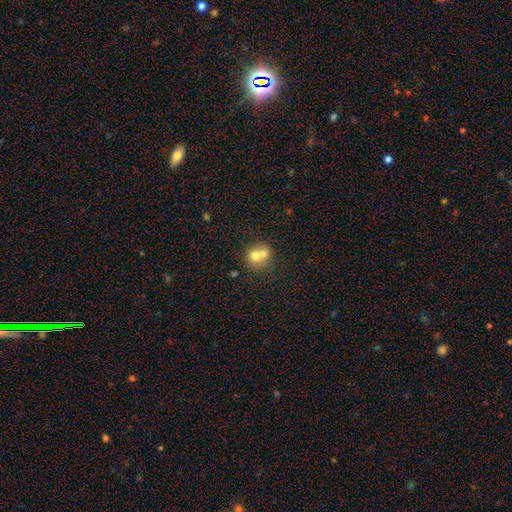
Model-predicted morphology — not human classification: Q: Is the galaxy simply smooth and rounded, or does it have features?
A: smooth — 68%.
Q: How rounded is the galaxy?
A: round — 80%.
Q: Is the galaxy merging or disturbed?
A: merger — 58%.